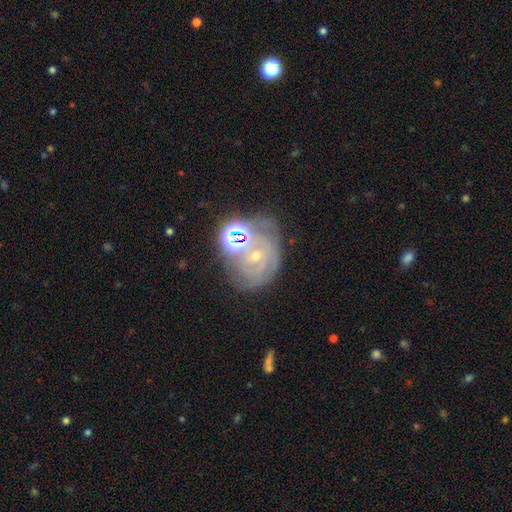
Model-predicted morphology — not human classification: Overall: featured or disk (58%; star or artifact 22%). Edge-on disk: no (97%). Bar: no (58%; weak 32%). Spiral arms: yes (79%). Bulge size: small (57%; moderate 36%). Merging: none (48%; minor disturbance 20%).